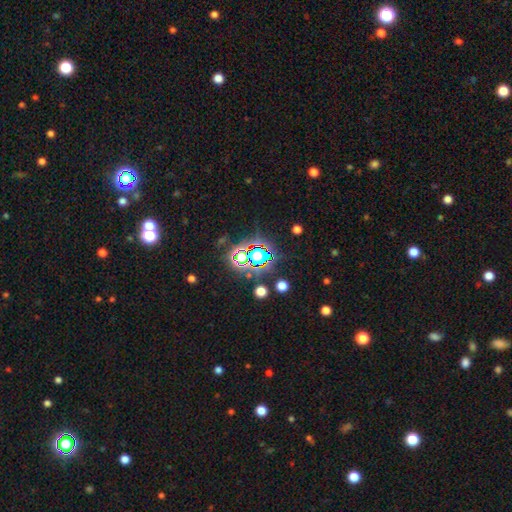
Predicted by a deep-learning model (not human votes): This appears to be a star or artifact, not a galaxy (68%).